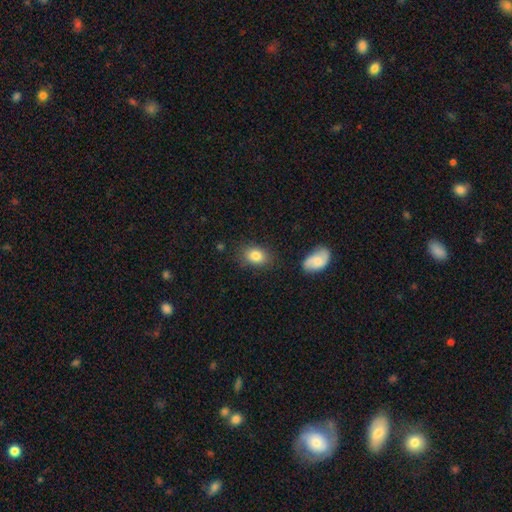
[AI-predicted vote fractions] This is clearly a smooth galaxy (84%). How rounded: likely in between (75%). Merging: likely none (80%).